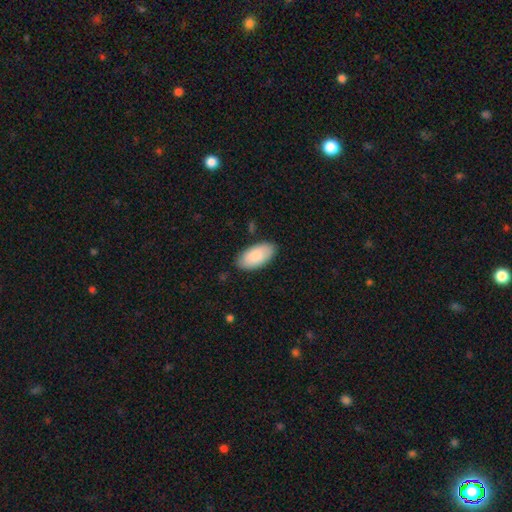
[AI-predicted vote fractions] Morphology: type=smooth (86%); roundness=in between (96%); merging=none (84%).